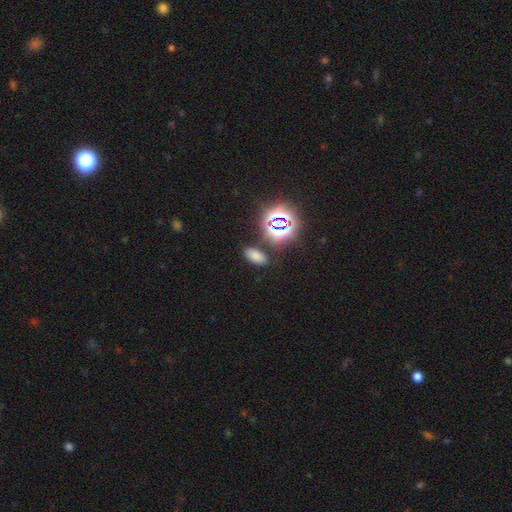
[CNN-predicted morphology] The model was most divided on "smooth or featured": smooth: 66%, star or artifact: 28%, featured or disk: 6%. More confident: how rounded — in between (88%); merging — none (84%).